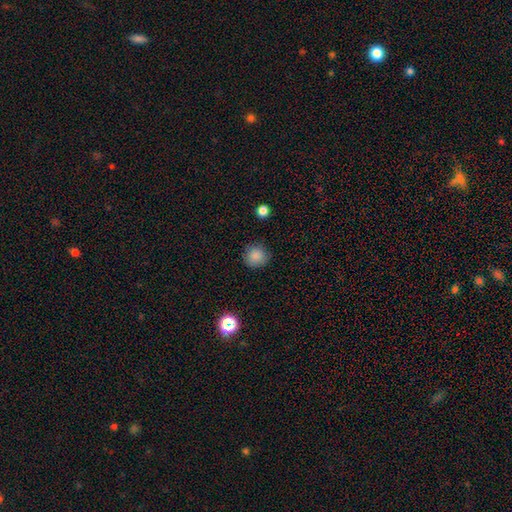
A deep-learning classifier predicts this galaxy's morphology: Smooth or featured? Predicted: smooth (p=0.86). How rounded? Predicted: round (p=0.93). Merging? Predicted: none (p=0.87).